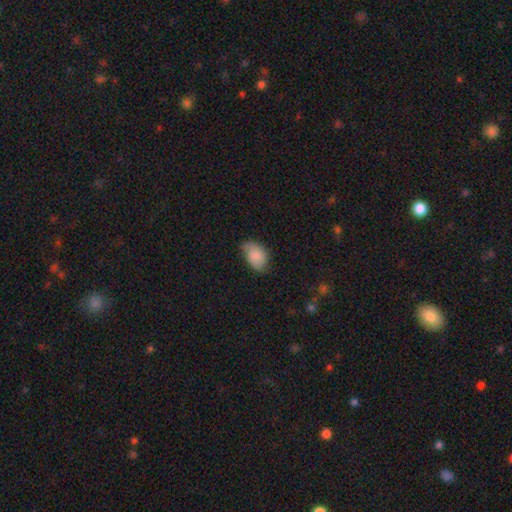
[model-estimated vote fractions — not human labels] This appears to be a smooth galaxy with no disk features (76%) that is in between round and cigar-shaped (88%). Merging: none (56%).